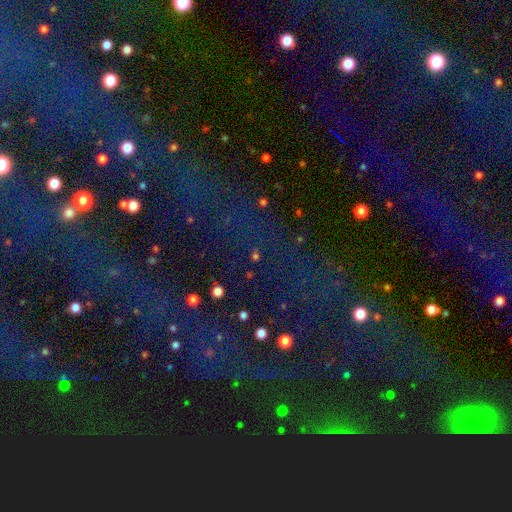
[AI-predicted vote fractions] This is likely a star or artifact rather than a galaxy (64%).